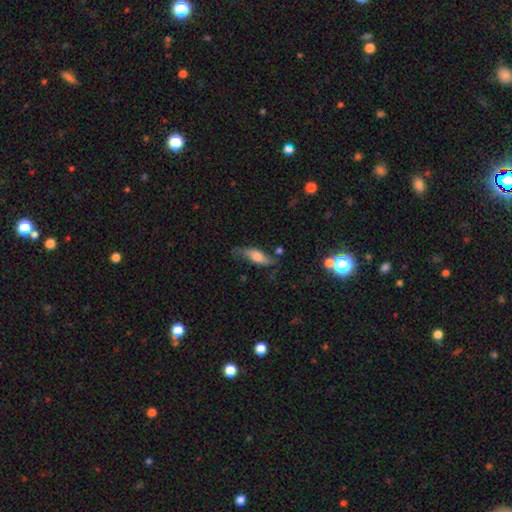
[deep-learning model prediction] Morphology: type=smooth (48%); merging=none (63%).